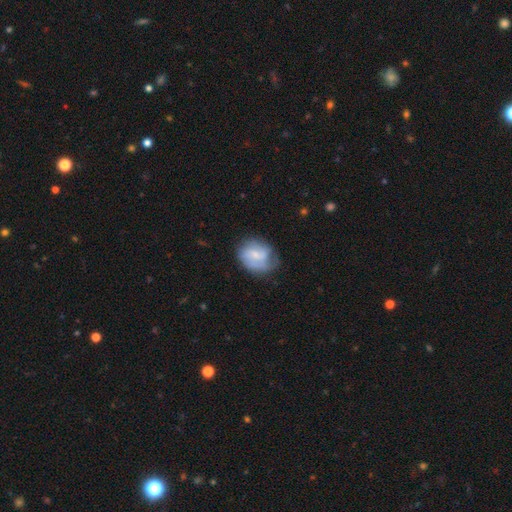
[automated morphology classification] Smooth or featured: smooth — 48% (featured or disk — 44%)
Merging: none — 52% (minor disturbance — 30%)